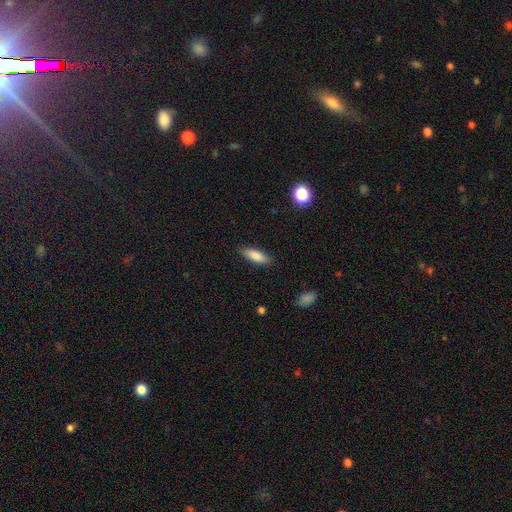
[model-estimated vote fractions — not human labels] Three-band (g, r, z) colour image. It shows a smooth galaxy with no disk features (84%) that is in between round and cigar-shaped (56%). Merging: none (87%).